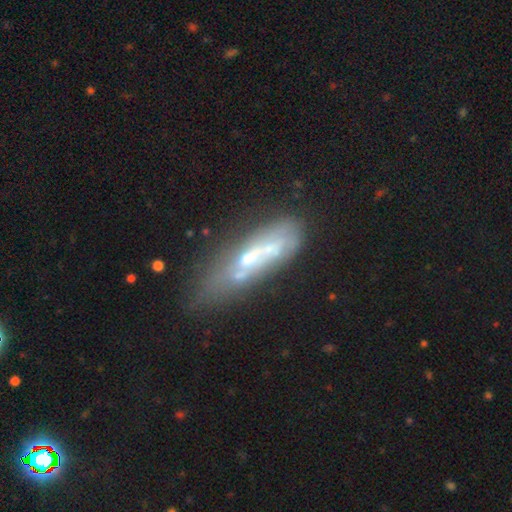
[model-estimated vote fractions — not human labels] The model was most divided on "merging": none: 34%, minor disturbance: 22%, major disturbance: 22%, merger: 21%. More confident: edge-on disk — no (73%); smooth or featured — featured or disk (56%).